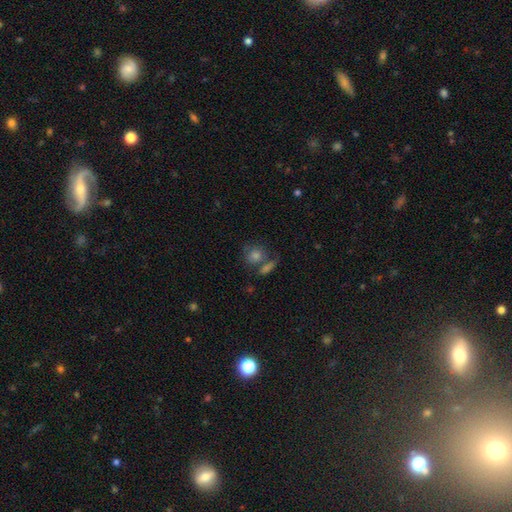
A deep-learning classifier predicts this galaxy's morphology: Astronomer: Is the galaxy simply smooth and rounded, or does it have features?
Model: smooth — 61%.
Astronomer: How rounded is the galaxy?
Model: round — 78%.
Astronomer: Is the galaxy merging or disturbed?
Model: none — 60%.